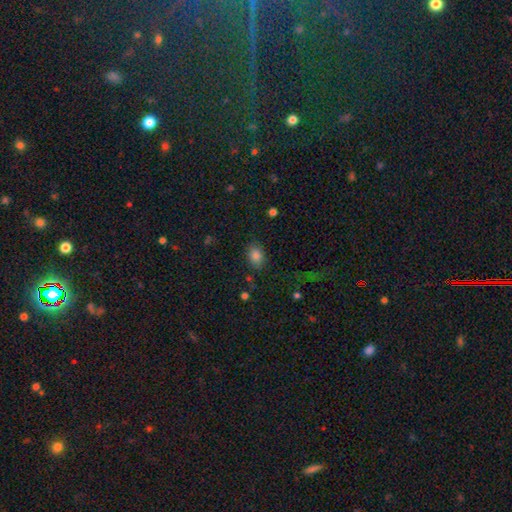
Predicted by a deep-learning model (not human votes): Smooth or featured?
  - smooth: 82% *
  - star or artifact: 11%
  - featured or disk: 7%
How rounded?
  - in between: 73% *
  - round: 26%
  - cigar-shaped: 1%
Merging?
  - none: 79% *
  - minor disturbance: 14%
  - major disturbance: 4%
  - merger: 2%